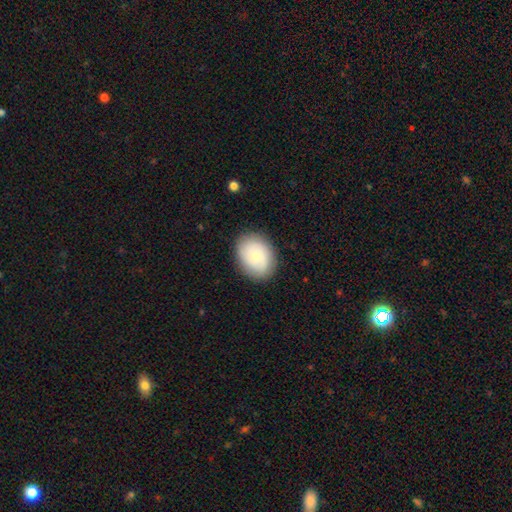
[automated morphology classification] This is likely a smooth galaxy (65%). How rounded: possibly in between (56%). Merging: clearly none (85%).